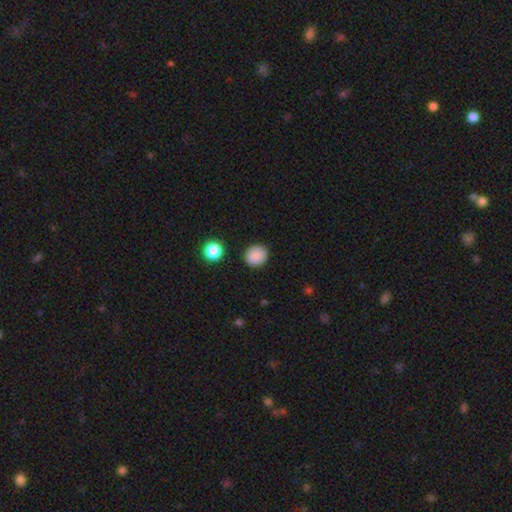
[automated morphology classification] Smooth or featured: smooth — 87% (star or artifact — 9%)
How rounded: round — 85% (in between — 14%)
Merging: none — 90% (minor disturbance — 7%)